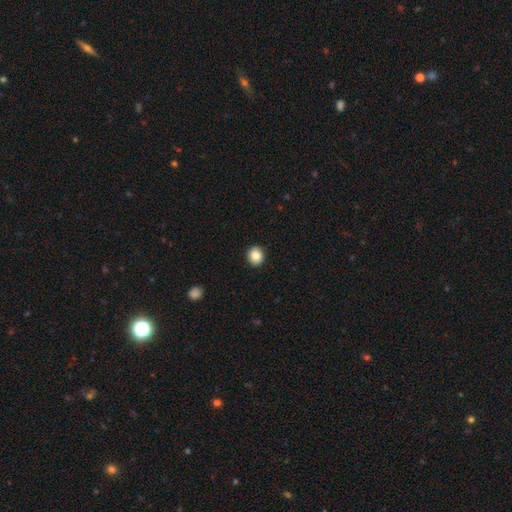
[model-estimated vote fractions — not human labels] The model was most divided on "how rounded": round: 82%, in between: 17%, cigar-shaped: 1%. More confident: merging — none (91%); smooth or featured — smooth (85%).